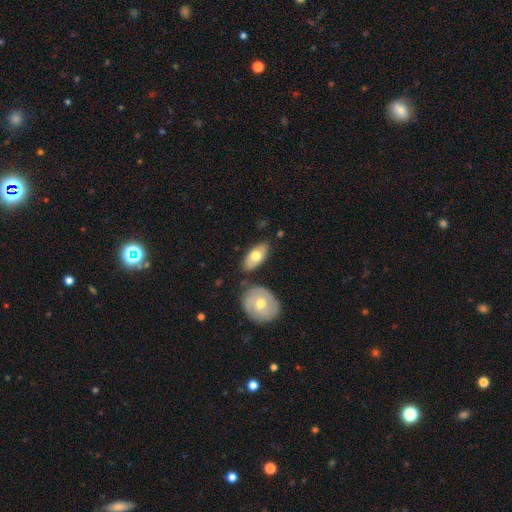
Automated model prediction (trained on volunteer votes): The model was most divided on "smooth or featured": smooth: 65%, featured or disk: 30%, star or artifact: 5%. More confident: how rounded — in between (89%); merging — none (73%).